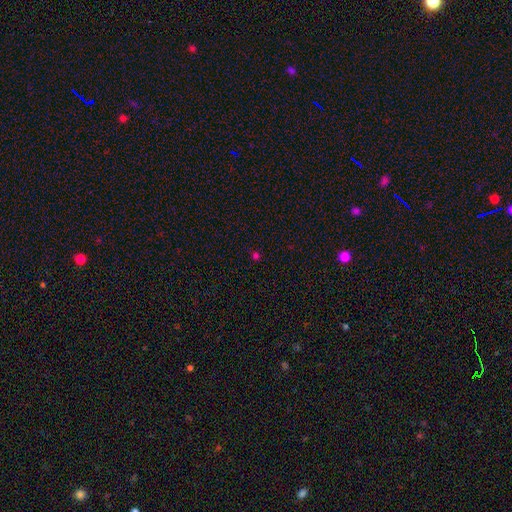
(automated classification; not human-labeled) Smooth or featured: smooth — 57% (star or artifact — 38%)
How rounded: round — 88% (in between — 11%)
Merging: none — 85% (minor disturbance — 8%)